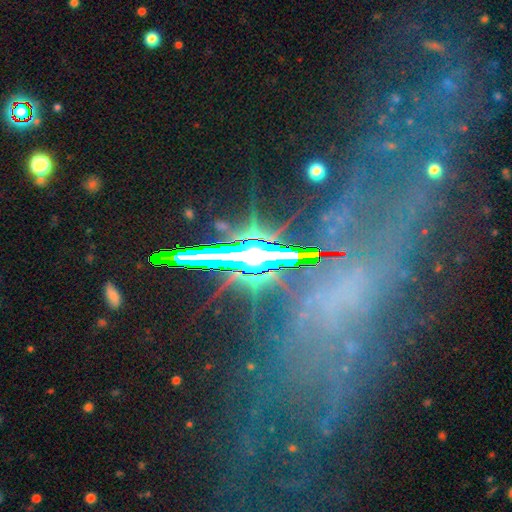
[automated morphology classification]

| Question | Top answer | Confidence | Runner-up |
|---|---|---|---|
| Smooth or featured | featured or disk | 42% | star or artifact (41%) |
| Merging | none | 61% | minor disturbance (16%) |